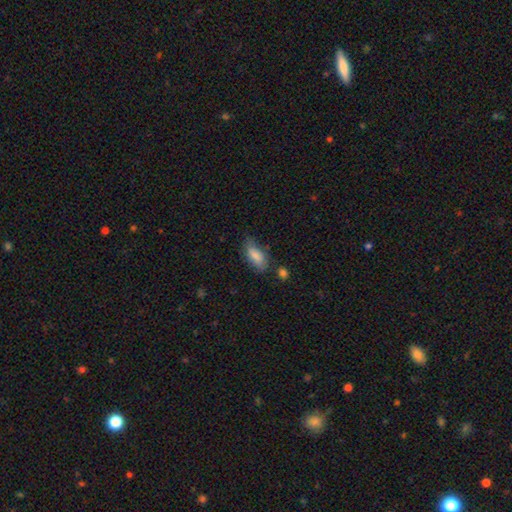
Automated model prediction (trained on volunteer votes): The model was most divided on "merging": none: 61%, minor disturbance: 27%, major disturbance: 7%, merger: 5%. More confident: how rounded — in between (84%); smooth or featured — smooth (82%).